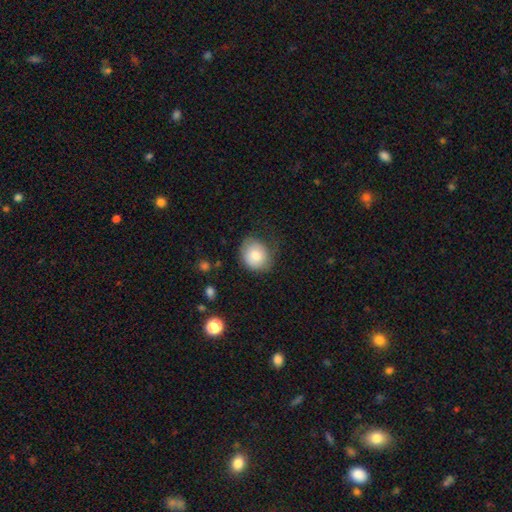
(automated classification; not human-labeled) Morphology: type=smooth (75%); roundness=round (70%); merging=none (61%).